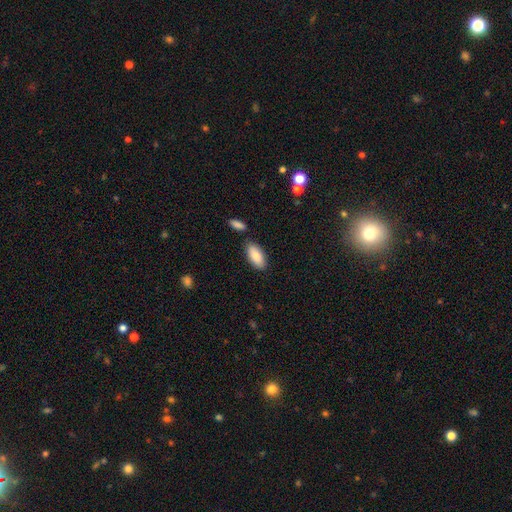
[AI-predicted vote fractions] Smooth or featured? Predicted: smooth (p=0.86). How rounded? Predicted: in between (p=0.88). Merging? Predicted: none (p=0.81).